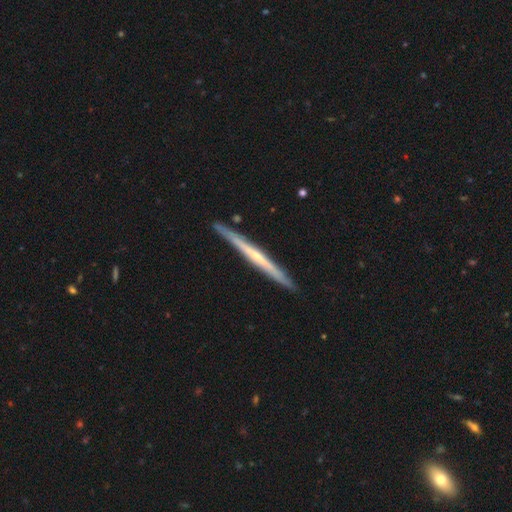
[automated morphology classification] smooth-or-featured: featured or disk: 67% | smooth: 28% | star or artifact: 5%
  disk-edge-on: yes: 97% | no: 3%
    edge-on-bulge: none: 64% | rounded: 30% | boxy: 6%
  merging: none: 91% | minor disturbance: 7% | merger: 1% | major disturbance: 1%